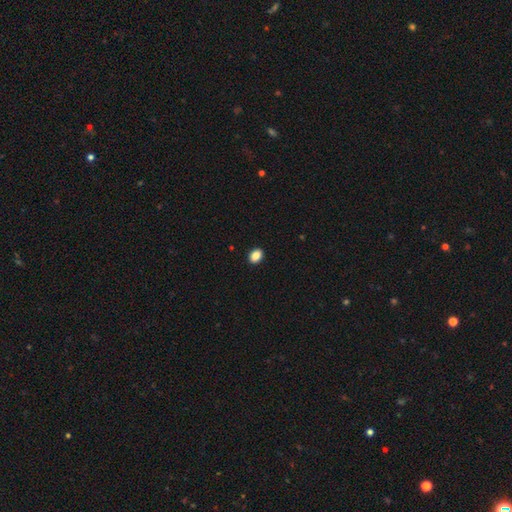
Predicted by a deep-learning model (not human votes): The model was most divided on "how rounded": in between: 71%, round: 27%, cigar-shaped: 1%. More confident: merging — none (92%); smooth or featured — smooth (87%).